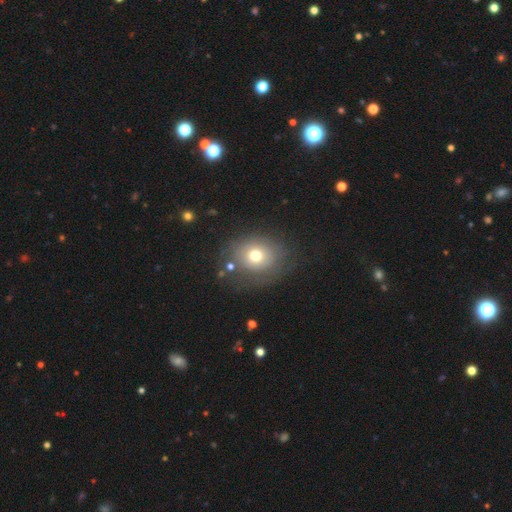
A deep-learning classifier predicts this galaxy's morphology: A smooth galaxy with no disk features (66%) that is round (68%).

Vote fractions:
- Smooth or featured? smooth: 66% / featured or disk: 21% / star or artifact: 12%
- How rounded? round: 68% / in between: 31% / cigar-shaped: 1%
- Merging? none: 69% / minor disturbance: 17% / major disturbance: 10% / merger: 3%